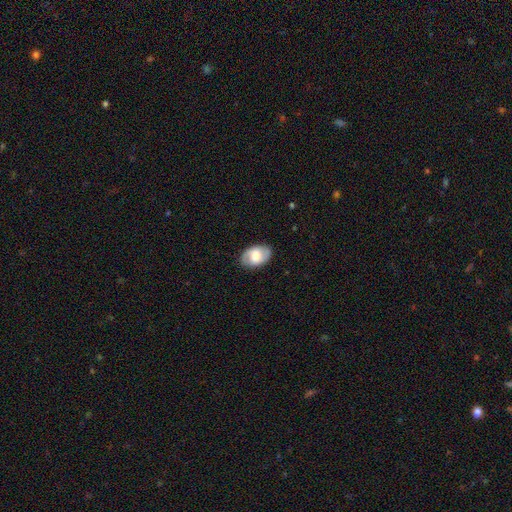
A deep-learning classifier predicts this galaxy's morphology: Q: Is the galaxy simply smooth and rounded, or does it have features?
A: featured or disk — 50%.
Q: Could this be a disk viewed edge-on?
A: no — 95%.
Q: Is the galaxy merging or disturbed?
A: none — 85%.